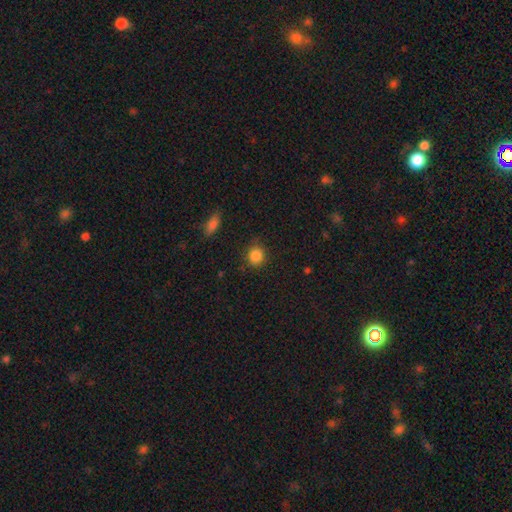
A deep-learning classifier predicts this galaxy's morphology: Smooth or featured: smooth — 86% (star or artifact — 10%)
How rounded: round — 82% (in between — 16%)
Merging: none — 84% (minor disturbance — 11%)